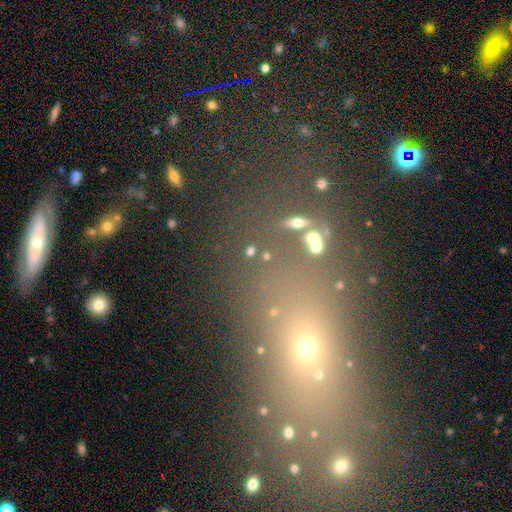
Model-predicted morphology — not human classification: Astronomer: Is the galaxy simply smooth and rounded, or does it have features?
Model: smooth — 44% (runner-up: star or artifact, 38%).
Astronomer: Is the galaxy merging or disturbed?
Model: none — 69%.